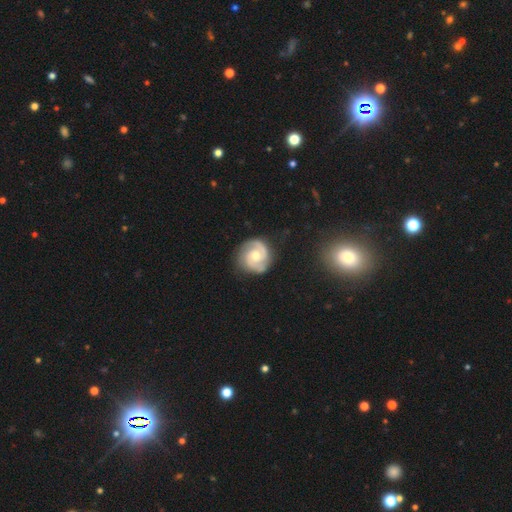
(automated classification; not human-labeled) smooth_or_featured: featured or disk (p=0.85) [alt: smooth p=0.10]
disk_edge_on: no (p=0.98) [alt: yes p=0.02]
bar: no (p=0.66) [alt: weak p=0.28]
has_spiral_arms: yes (p=0.97) [alt: no p=0.03]
spiral_winding: tight (p=0.54) [alt: medium p=0.38]
spiral_arm_count: 2 (p=0.80) [alt: 3 p=0.08]
bulge_size: moderate (p=0.67) [alt: small p=0.27]
merging: none (p=0.81) [alt: minor disturbance p=0.13]